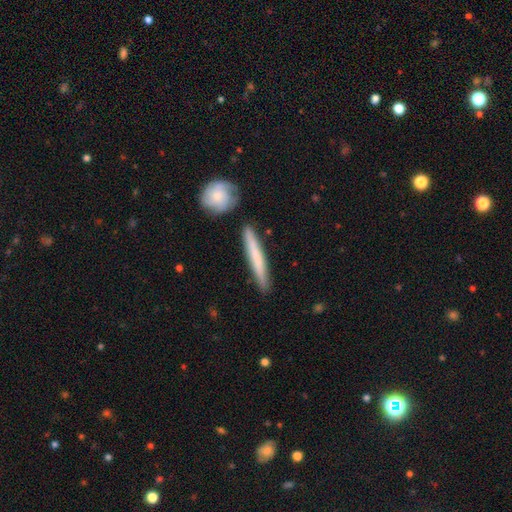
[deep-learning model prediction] Smooth or featured? smooth (61%)
How rounded? cigar-shaped (95%)
Merging? none (85%)